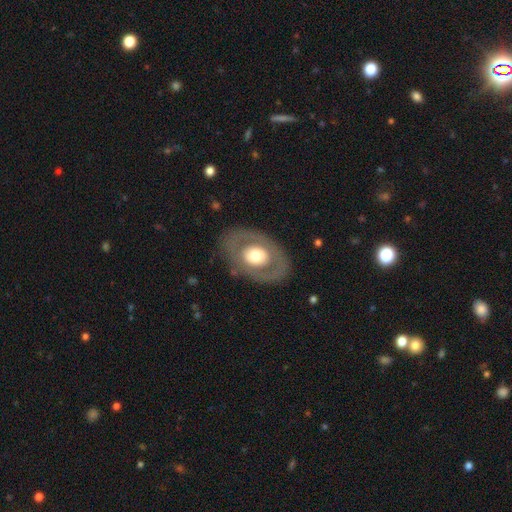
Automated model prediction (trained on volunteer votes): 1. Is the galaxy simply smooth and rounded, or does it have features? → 51% featured or disk, 43% smooth, 5% star or artifact.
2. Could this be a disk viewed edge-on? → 91% no, 9% yes.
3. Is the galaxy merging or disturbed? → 80% none, 12% minor disturbance, 7% major disturbance, 1% merger.